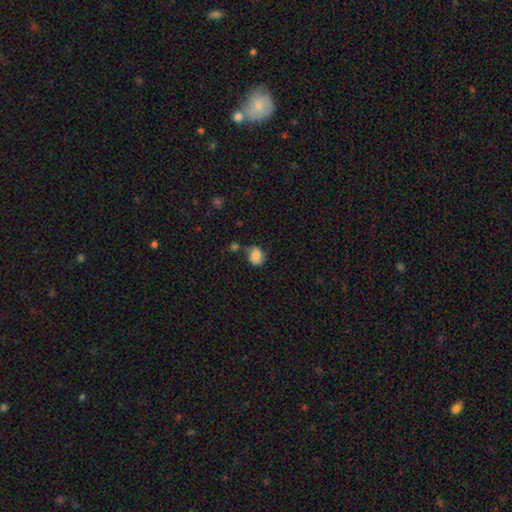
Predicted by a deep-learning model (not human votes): A smooth galaxy with no disk features (63%) that is round (69%).

Vote fractions:
- Smooth or featured? smooth: 63% / featured or disk: 27% / star or artifact: 10%
- How rounded? round: 69% / in between: 30% / cigar-shaped: 1%
- Merging? none: 54% / minor disturbance: 26% / merger: 12% / major disturbance: 9%